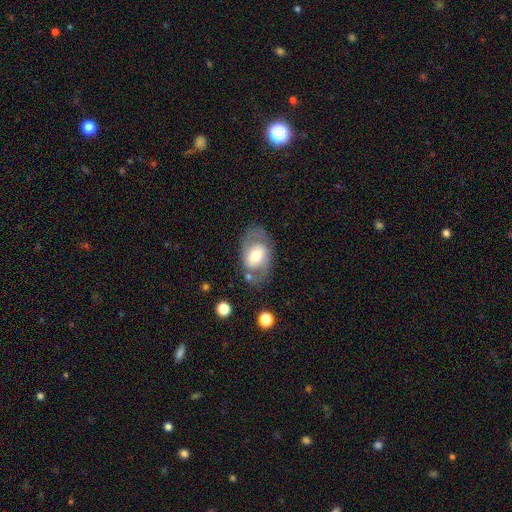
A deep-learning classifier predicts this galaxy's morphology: Smooth or featured: featured or disk — 54% (smooth — 39%)
Edge-on disk: no — 93% (yes — 7%)
Merging: none — 66% (minor disturbance — 19%)